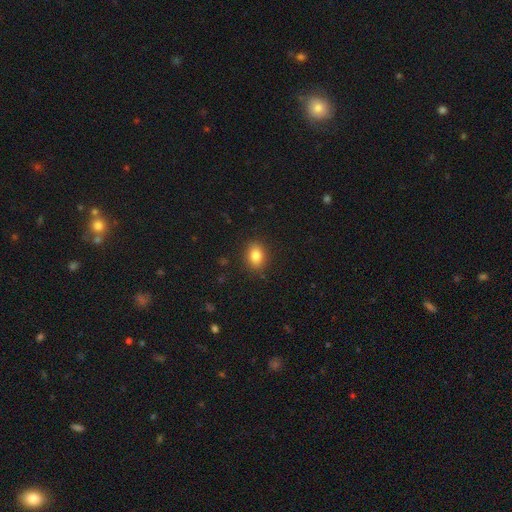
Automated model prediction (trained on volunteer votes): Overall: smooth (84%). How rounded: in between (66%; round 32%). Merging: none (88%).